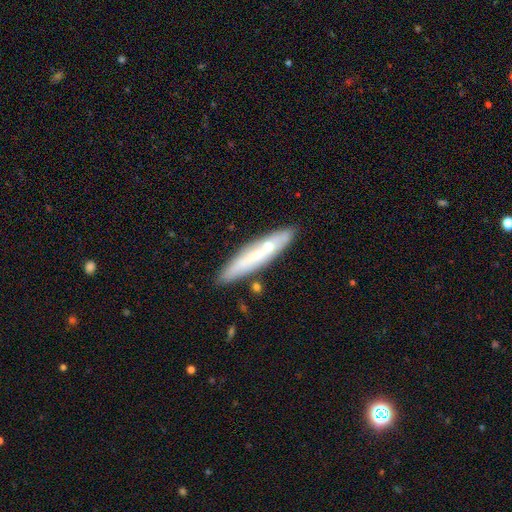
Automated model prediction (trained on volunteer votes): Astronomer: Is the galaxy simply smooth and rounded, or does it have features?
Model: smooth — 53% (runner-up: featured or disk, 40%).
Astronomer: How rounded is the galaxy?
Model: cigar-shaped — 86%.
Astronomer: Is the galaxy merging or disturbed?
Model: none — 79%.